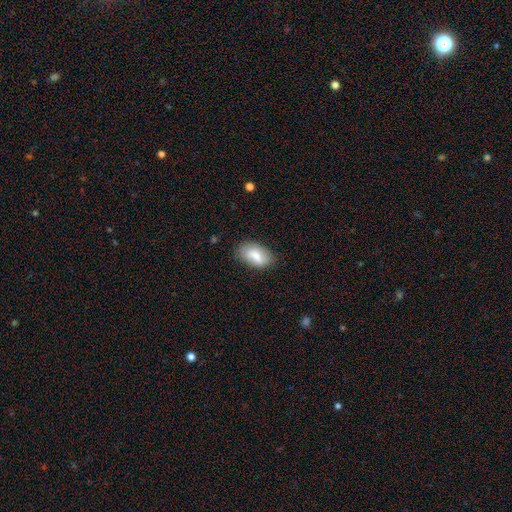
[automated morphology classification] This is likely a smooth galaxy (78%). How rounded: clearly in between (94%). Merging: likely none (76%).